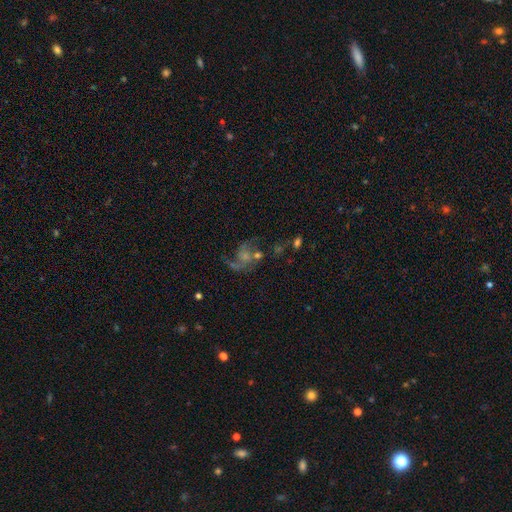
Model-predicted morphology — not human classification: Smooth or featured?
  - featured or disk: 65% *
  - star or artifact: 20%
  - smooth: 15%
Edge-on disk?
  - no: 97% *
  - yes: 3%
Bar?
  - no: 70% *
  - weak: 25%
  - strong: 5%
Spiral arms?
  - yes: 83% *
  - no: 17%
Spiral winding?
  - loose: 57% *
  - medium: 33%
  - tight: 10%
Spiral arm count?
  - 2: 56% *
  - 1: 18%
  - can't tell: 13%
  - 3: 7%
  - 4: 3%
  - more than 4: 3%
Bulge size?
  - small: 46% *
  - moderate: 29%
  - none: 19%
  - large: 4%
  - dominant: 2%
Merging?
  - none: 46% *
  - major disturbance: 26%
  - minor disturbance: 15%
  - merger: 13%